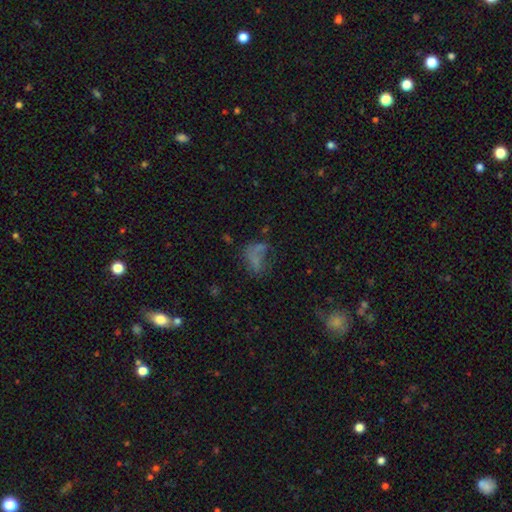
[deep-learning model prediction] Morphology: type=smooth (52%); roundness=in between (78%); merging=none (36%).